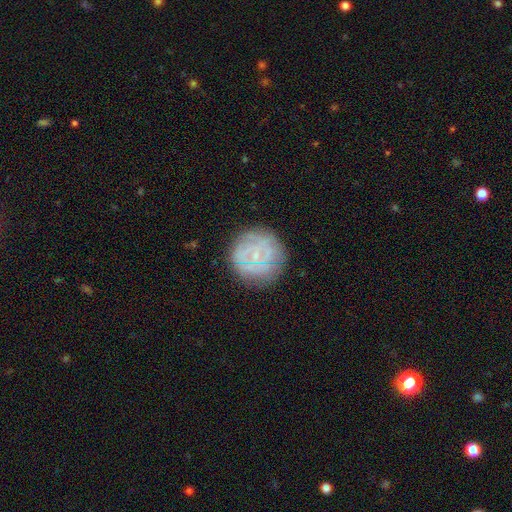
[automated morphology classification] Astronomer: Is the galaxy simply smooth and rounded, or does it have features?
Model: featured or disk — 61%.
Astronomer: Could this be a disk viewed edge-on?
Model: no — 97%.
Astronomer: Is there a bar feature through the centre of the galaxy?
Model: no — 62%.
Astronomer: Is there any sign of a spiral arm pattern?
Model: yes — 63%.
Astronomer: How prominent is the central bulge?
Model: small — 64%.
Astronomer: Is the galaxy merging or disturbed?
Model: none — 79%.